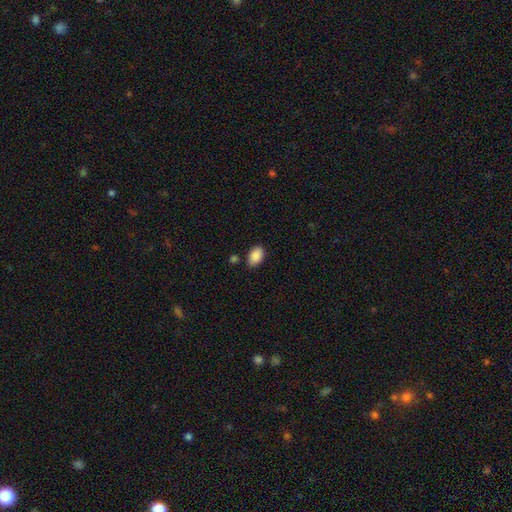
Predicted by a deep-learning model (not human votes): smooth-or-featured: smooth: 89% | star or artifact: 7% | featured or disk: 3%
  how-rounded: in between: 91% | round: 8% | cigar-shaped: 1%
  merging: none: 82% | minor disturbance: 12% | merger: 4% | major disturbance: 3%